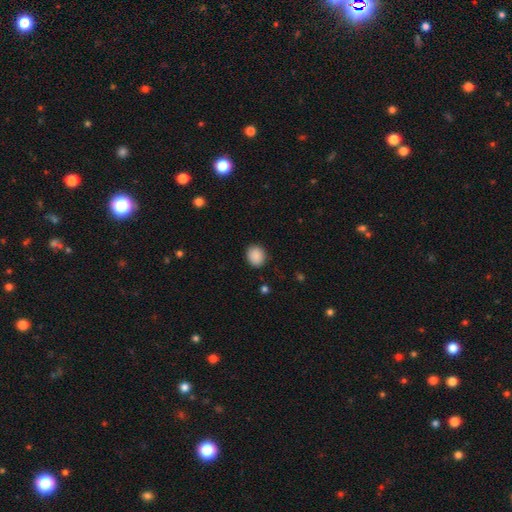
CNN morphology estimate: smooth-or-featured: smooth: 89% | star or artifact: 8% | featured or disk: 3%
  how-rounded: round: 74% | in between: 25% | cigar-shaped: 1%
  merging: none: 89% | minor disturbance: 8% | major disturbance: 2% | merger: 1%